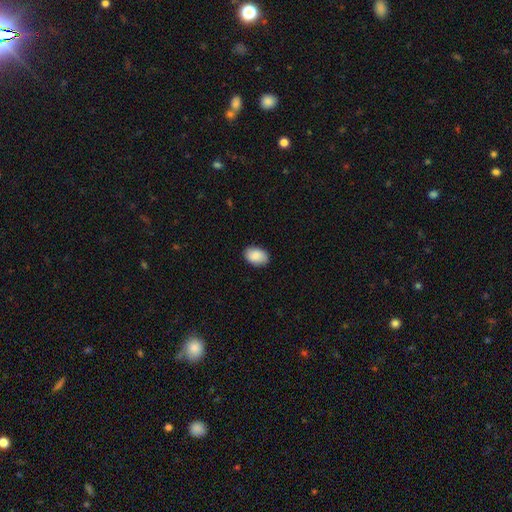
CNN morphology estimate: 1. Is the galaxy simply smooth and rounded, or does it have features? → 89% smooth, 6% star or artifact, 5% featured or disk.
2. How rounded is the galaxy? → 87% in between, 12% round, 1% cigar-shaped.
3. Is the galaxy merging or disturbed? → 87% none, 10% minor disturbance, 2% major disturbance, 1% merger.